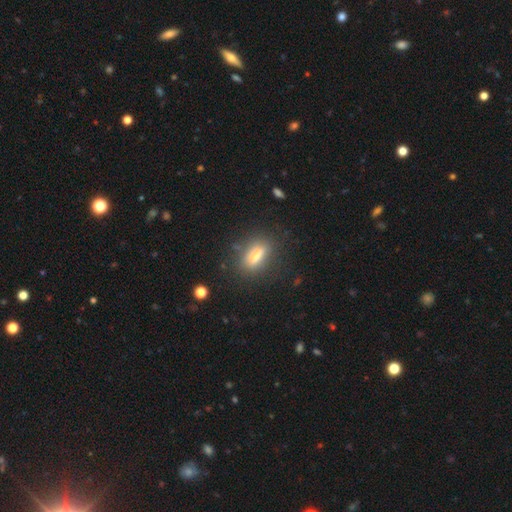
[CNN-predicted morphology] This is likely a smooth galaxy (64%). How rounded: likely in between (67%). Merging: likely none (77%).